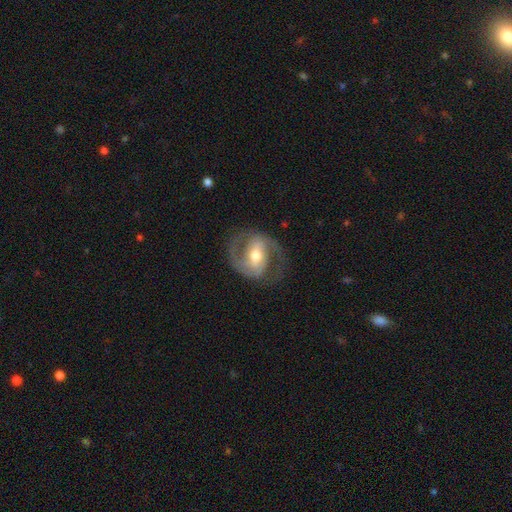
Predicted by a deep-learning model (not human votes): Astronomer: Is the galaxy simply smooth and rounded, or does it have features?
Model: featured or disk — 86%.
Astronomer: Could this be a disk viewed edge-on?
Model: no — 97%.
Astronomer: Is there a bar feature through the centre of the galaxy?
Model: weak — 42% (runner-up: strong, 37%).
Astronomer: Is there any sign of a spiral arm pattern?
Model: yes — 93%.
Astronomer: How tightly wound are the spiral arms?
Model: medium — 55%.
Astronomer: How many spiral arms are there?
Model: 2 — 90%.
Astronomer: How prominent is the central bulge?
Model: moderate — 70%.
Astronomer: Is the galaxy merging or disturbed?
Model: none — 74%.